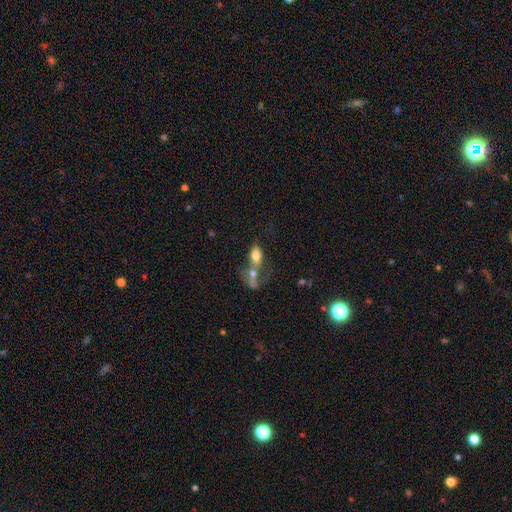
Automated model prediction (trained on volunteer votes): A smooth galaxy with no disk features (71%) that is in between round and cigar-shaped (82%). Merging: merger (60%).